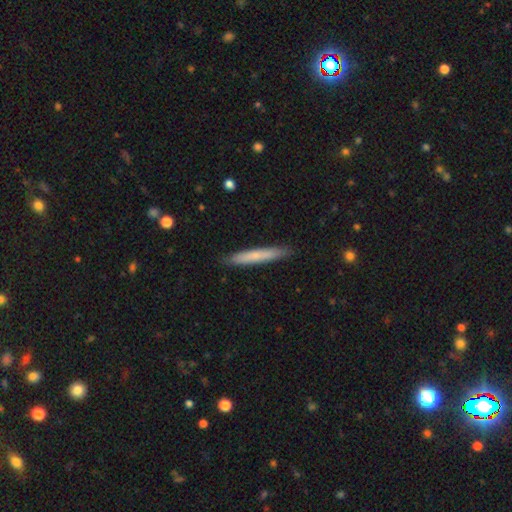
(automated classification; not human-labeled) Smooth or featured? smooth (66%)
How rounded? cigar-shaped (96%)
Merging? none (89%)